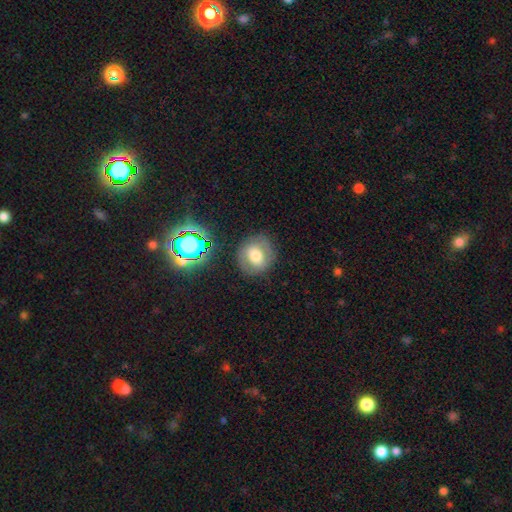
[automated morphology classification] Smooth or featured? Predicted: smooth (p=0.58). How rounded? Predicted: round (p=0.81). Merging? Predicted: none (p=0.82).